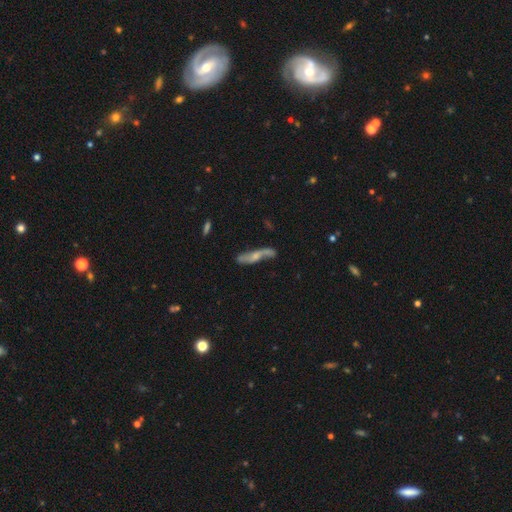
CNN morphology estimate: This is likely a featured or disk galaxy (64%). It is possibly not viewed edge-on (58%). Merging: likely none (63%).